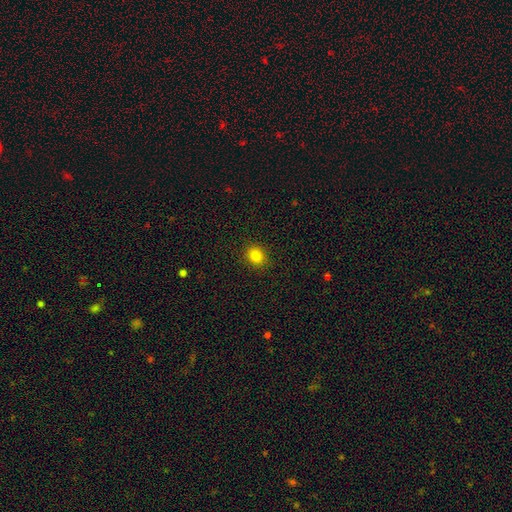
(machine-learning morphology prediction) smooth_or_featured: smooth (p=0.83) [alt: star or artifact p=0.12]
how_rounded: round (p=0.73) [alt: in between p=0.26]
merging: none (p=0.90) [alt: minor disturbance p=0.07]